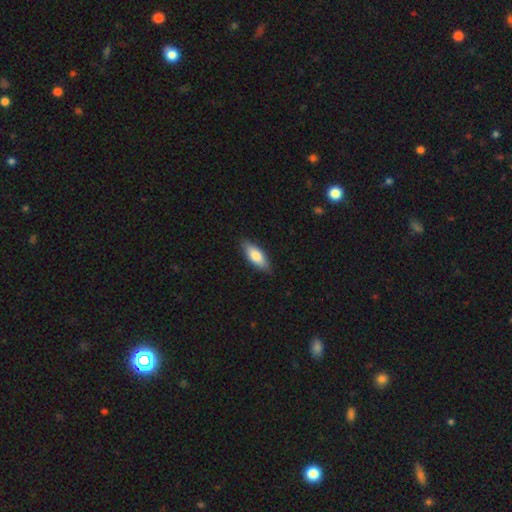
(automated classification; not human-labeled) smooth_or_featured: smooth (p=0.76) [alt: featured or disk p=0.18]
how_rounded: in between (p=0.73) [alt: cigar-shaped p=0.24]
merging: none (p=0.86) [alt: minor disturbance p=0.11]